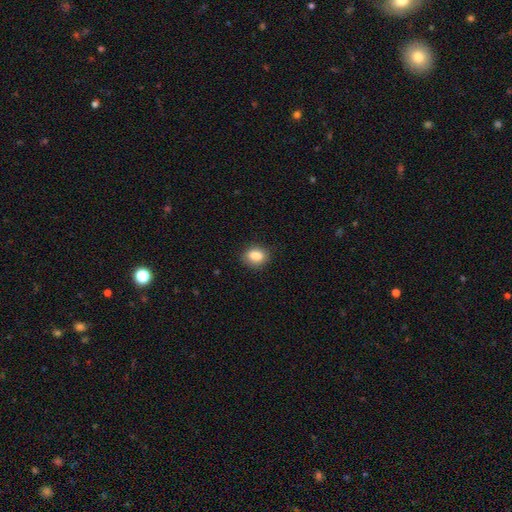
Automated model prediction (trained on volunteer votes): Morphology: type=smooth (84%); roundness=in between (62%); merging=none (85%).